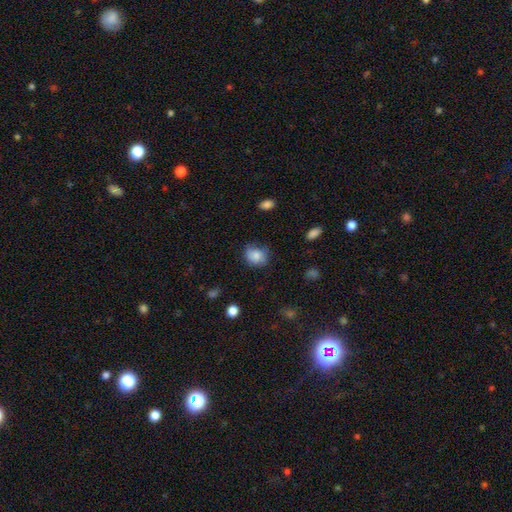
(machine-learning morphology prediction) Smooth or featured? smooth (79%)
How rounded? round (60%)
Merging? none (56%)